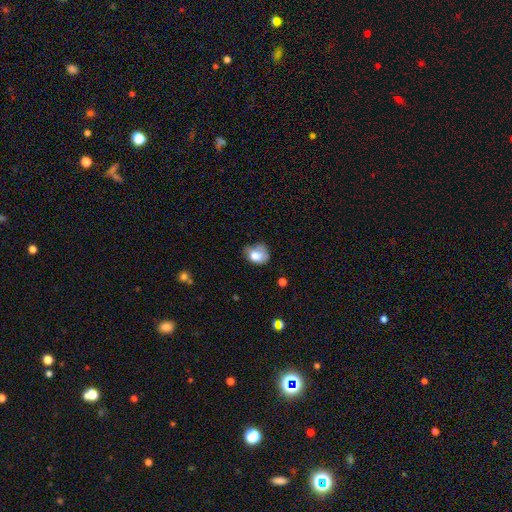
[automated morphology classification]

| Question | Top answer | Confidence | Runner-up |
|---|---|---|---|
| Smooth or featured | smooth | 75% | featured or disk (15%) |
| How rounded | in between | 55% | round (44%) |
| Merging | minor disturbance | 38% | none (36%) |